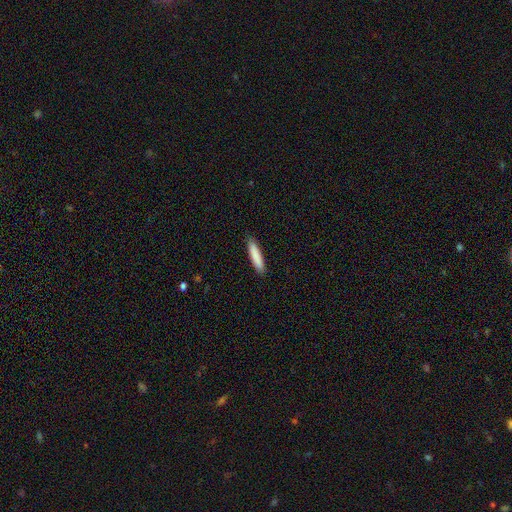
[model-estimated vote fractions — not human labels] Smooth or featured?
  - smooth: 86% *
  - featured or disk: 8%
  - star or artifact: 6%
How rounded?
  - cigar-shaped: 85% *
  - in between: 14%
  - round: 1%
Merging?
  - none: 89% *
  - minor disturbance: 8%
  - major disturbance: 2%
  - merger: 1%